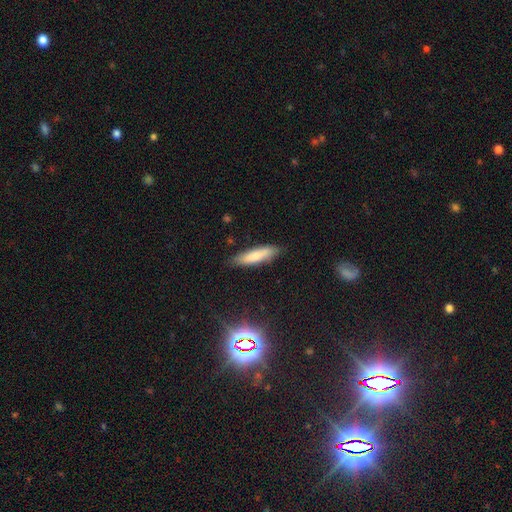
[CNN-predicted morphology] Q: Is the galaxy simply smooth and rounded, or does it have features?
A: smooth — 77%.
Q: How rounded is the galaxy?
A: cigar-shaped — 70%.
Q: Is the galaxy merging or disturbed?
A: none — 81%.